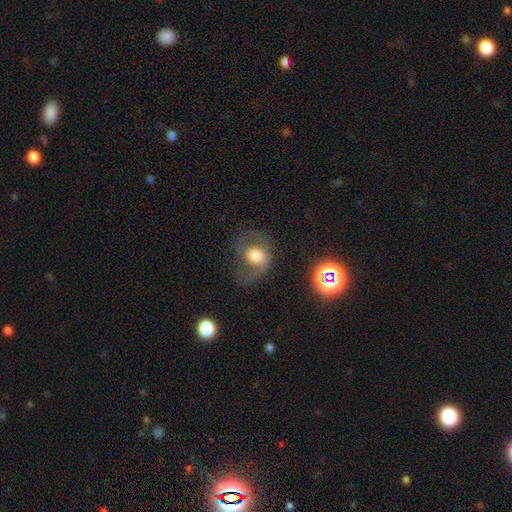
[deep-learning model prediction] This appears to be a featured or disk galaxy (48%). Merging: none (49%).